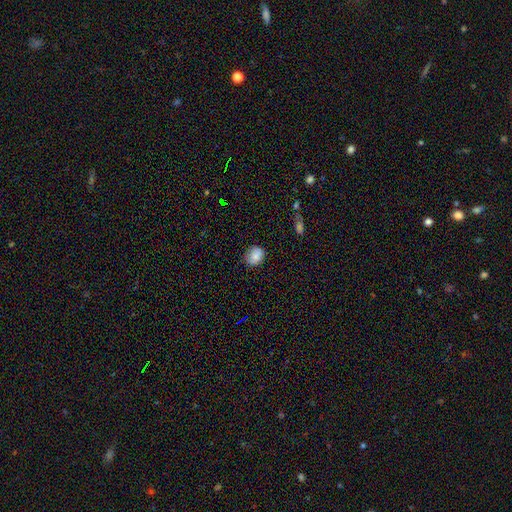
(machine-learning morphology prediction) A smooth galaxy with no disk features (83%) that is round (60%).

Vote fractions:
- Smooth or featured? smooth: 83% / star or artifact: 9% / featured or disk: 8%
- How rounded? round: 60% / in between: 39% / cigar-shaped: 1%
- Merging? none: 74% / minor disturbance: 21% / major disturbance: 4% / merger: 1%